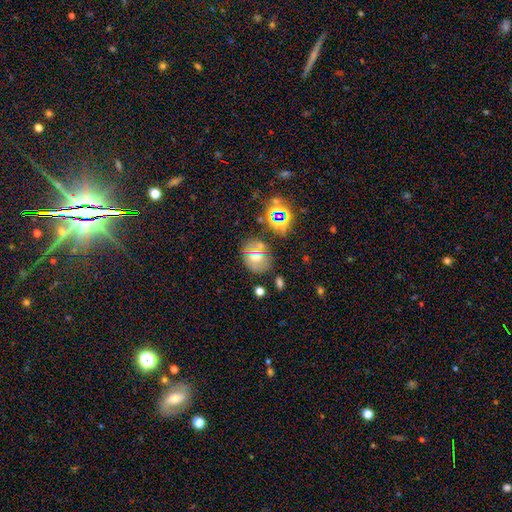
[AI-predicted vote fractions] A smooth galaxy with no disk features (52%) that is round (57%).

Vote fractions:
- Smooth or featured? smooth: 52% / featured or disk: 29% / star or artifact: 19%
- How rounded? round: 57% / in between: 42% / cigar-shaped: 1%
- Merging? none: 61% / minor disturbance: 18% / merger: 14% / major disturbance: 7%